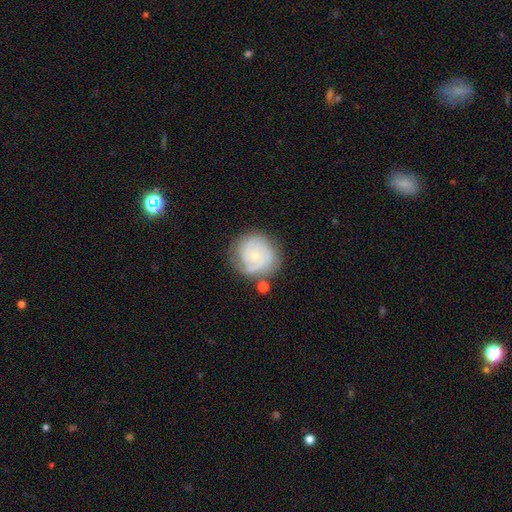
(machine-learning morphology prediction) type=featured or disk (69%); edge-on=no (98%); bar=no (79%); spiral arms=yes (87%); winding=tight (61%); arm count=2 (36%); bulge=small (71%); merging=none (70%).